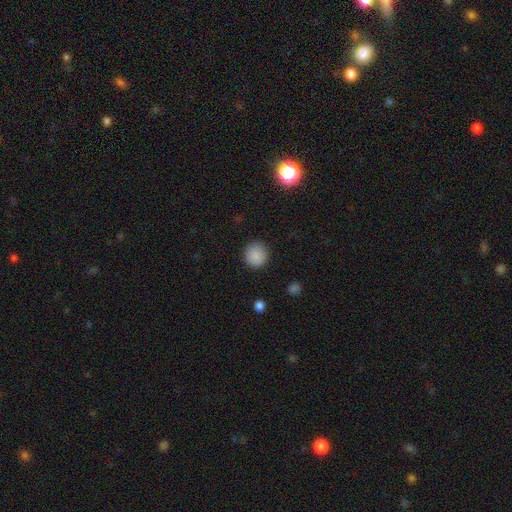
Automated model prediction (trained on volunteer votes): Smooth or featured? Predicted: smooth (p=0.88). How rounded? Predicted: round (p=0.92). Merging? Predicted: none (p=0.90).